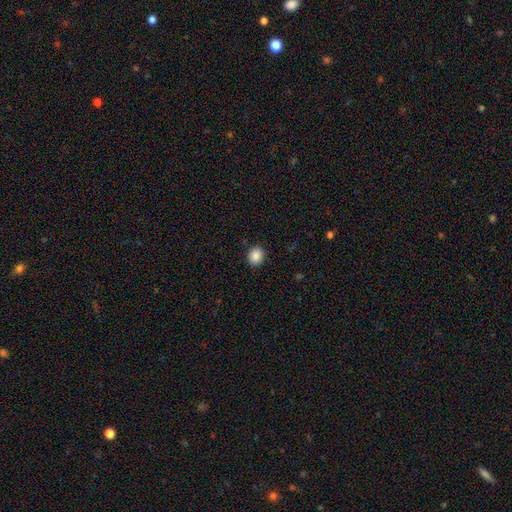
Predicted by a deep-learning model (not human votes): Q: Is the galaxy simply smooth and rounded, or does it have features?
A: smooth — 87%.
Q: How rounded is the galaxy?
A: round — 75%.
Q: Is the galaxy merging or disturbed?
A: none — 90%.